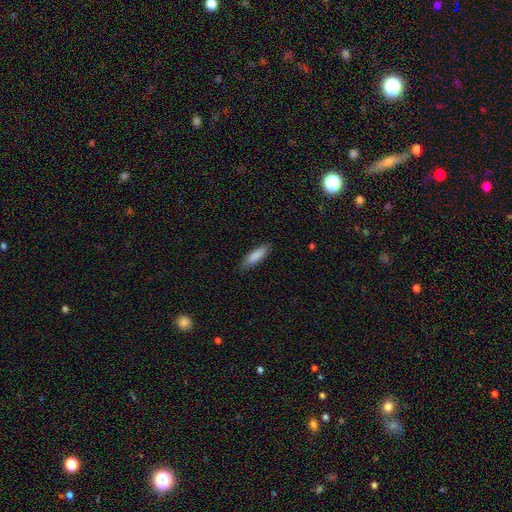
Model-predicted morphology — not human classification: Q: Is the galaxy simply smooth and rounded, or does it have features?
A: smooth — 87%.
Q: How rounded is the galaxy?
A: cigar-shaped — 60%.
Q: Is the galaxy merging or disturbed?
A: none — 86%.